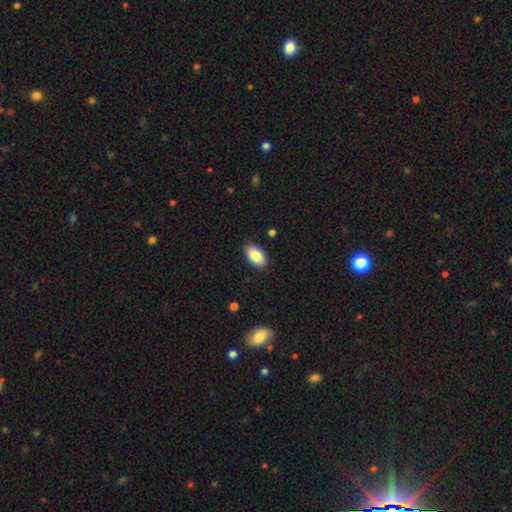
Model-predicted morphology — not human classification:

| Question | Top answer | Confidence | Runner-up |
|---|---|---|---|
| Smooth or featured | smooth | 83% | featured or disk (10%) |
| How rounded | in between | 93% | round (5%) |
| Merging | none | 88% | minor disturbance (9%) |